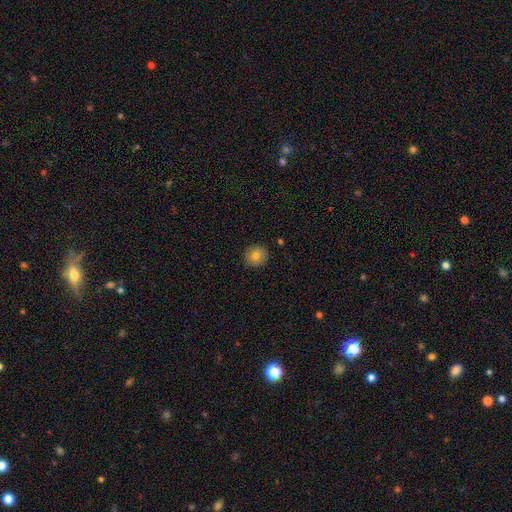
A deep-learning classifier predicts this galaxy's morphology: Smooth or featured? smooth (79%)
How rounded? round (91%)
Merging? none (90%)